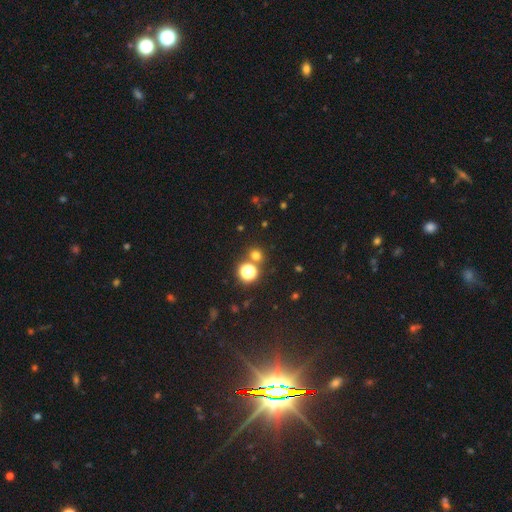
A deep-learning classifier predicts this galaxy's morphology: The model was most divided on "smooth or featured": smooth: 65%, star or artifact: 29%, featured or disk: 6%. More confident: how rounded — round (89%); merging — none (79%).